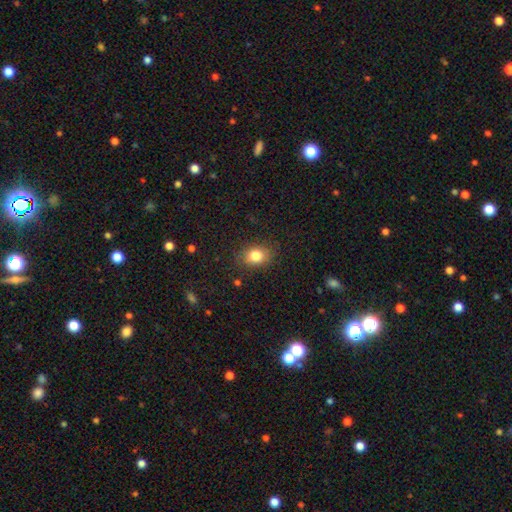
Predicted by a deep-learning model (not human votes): A smooth galaxy with no disk features (82%) that is in between round and cigar-shaped (69%).

Vote fractions:
- Smooth or featured? smooth: 82% / star or artifact: 10% / featured or disk: 8%
- How rounded? in between: 69% / round: 30% / cigar-shaped: 1%
- Merging? none: 83% / minor disturbance: 12% / major disturbance: 3% / merger: 1%